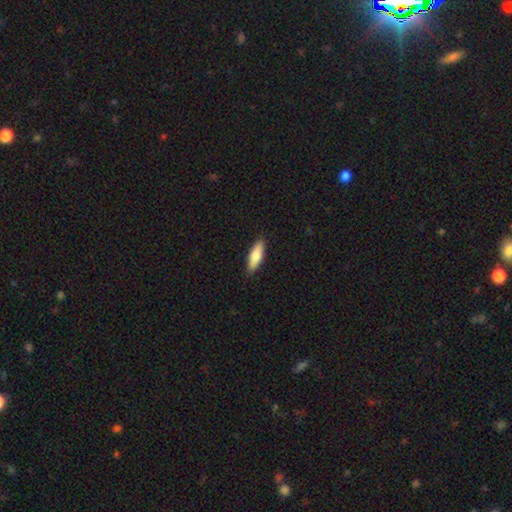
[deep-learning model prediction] Morphology: type=smooth (76%); roundness=in between (53%); merging=none (89%).